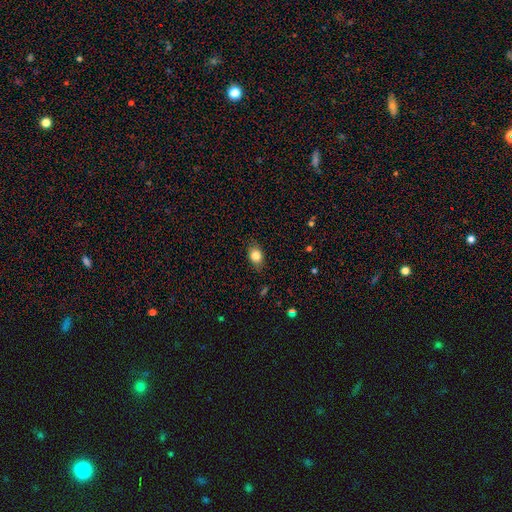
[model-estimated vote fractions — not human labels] Smooth or featured?
  - smooth: 82% *
  - featured or disk: 10%
  - star or artifact: 9%
How rounded?
  - in between: 69% *
  - round: 29%
  - cigar-shaped: 2%
Merging?
  - none: 81% *
  - minor disturbance: 15%
  - major disturbance: 3%
  - merger: 1%